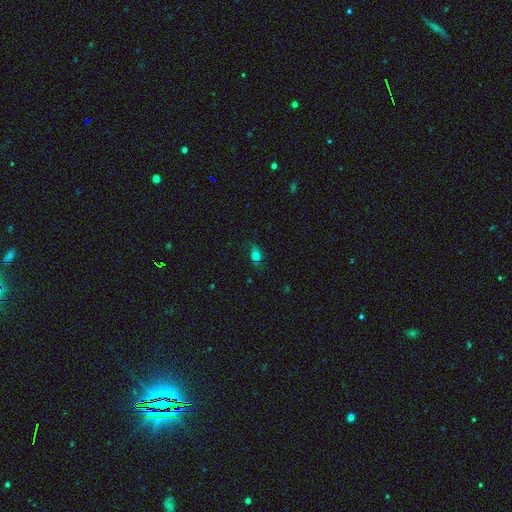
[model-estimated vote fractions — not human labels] A smooth galaxy with no disk features (69%) that is in between round and cigar-shaped (76%). Merging: none (61%).